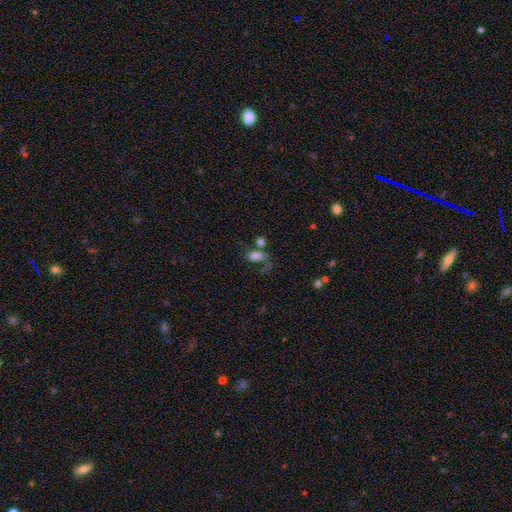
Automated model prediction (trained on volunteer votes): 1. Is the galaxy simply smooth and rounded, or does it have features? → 65% smooth, 22% featured or disk, 13% star or artifact.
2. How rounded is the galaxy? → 81% in between, 16% round, 3% cigar-shaped.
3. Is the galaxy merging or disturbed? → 33% major disturbance, 27% none, 25% merger, 15% minor disturbance.